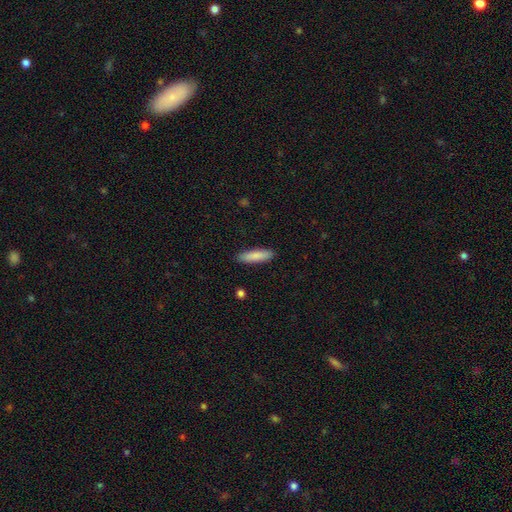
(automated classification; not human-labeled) Smooth or featured?
  - smooth: 86% *
  - featured or disk: 8%
  - star or artifact: 6%
How rounded?
  - cigar-shaped: 64% *
  - in between: 34%
  - round: 1%
Merging?
  - none: 90% *
  - minor disturbance: 8%
  - major disturbance: 2%
  - merger: 1%